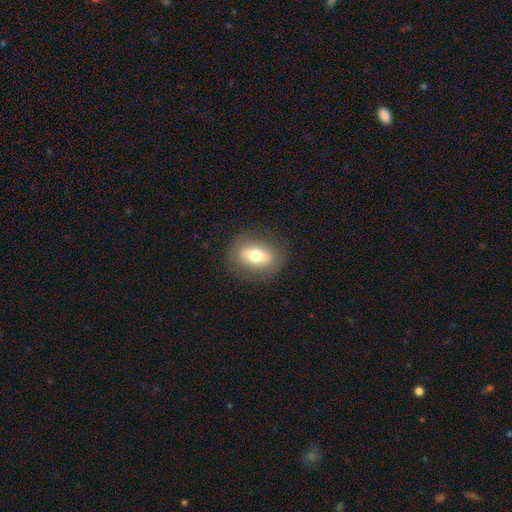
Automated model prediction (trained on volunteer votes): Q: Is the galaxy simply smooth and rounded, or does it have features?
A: smooth — 63%.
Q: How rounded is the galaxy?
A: in between — 72%.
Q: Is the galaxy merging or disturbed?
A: none — 84%.